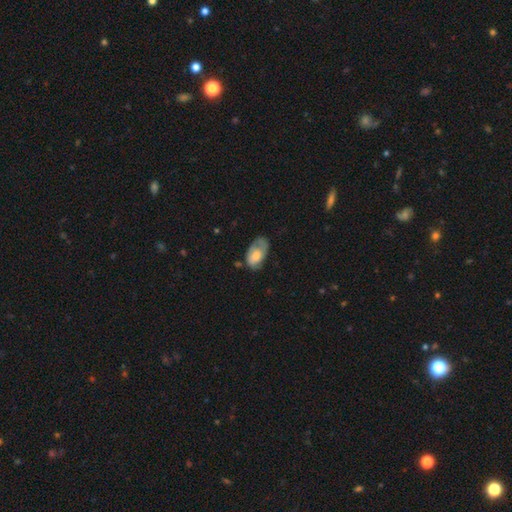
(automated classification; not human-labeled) Q: Smooth or featured?
A: smooth (62%); runner-up: featured or disk (32%)
Q: How rounded?
A: in between (93%); runner-up: round (5%)
Q: Merging?
A: none (44%); runner-up: minor disturbance (36%)